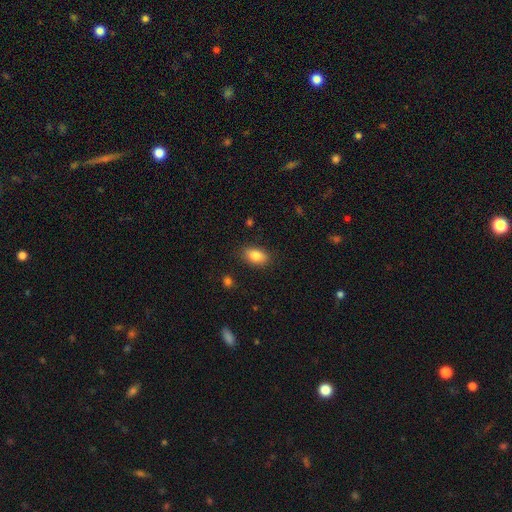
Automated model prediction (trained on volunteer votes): smooth_or_featured: smooth (p=0.84) [alt: star or artifact p=0.08]
how_rounded: in between (p=0.90) [alt: round p=0.08]
merging: none (p=0.86) [alt: minor disturbance p=0.10]